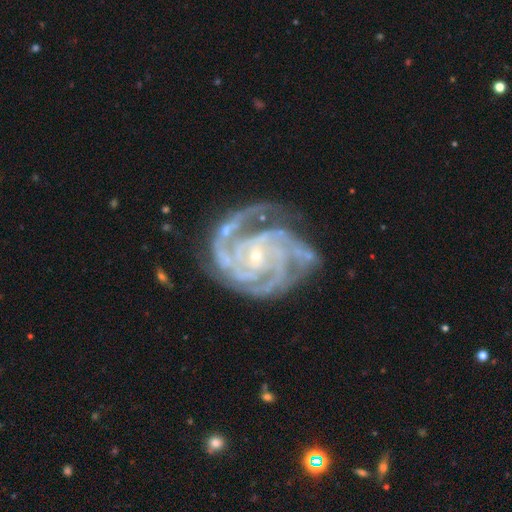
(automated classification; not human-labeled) The model was most divided on "spiral arm count": 3: 35%, 4: 34%, 2: 9%, can't tell: 8%, more than 4: 8%, 1: 6%. More confident: spiral arms — yes (99%); edge-on disk — no (98%); smooth or featured — featured or disk (93%); bulge size — small (84%); spiral winding — tight (71%); merging — none (66%); bar — no (65%).